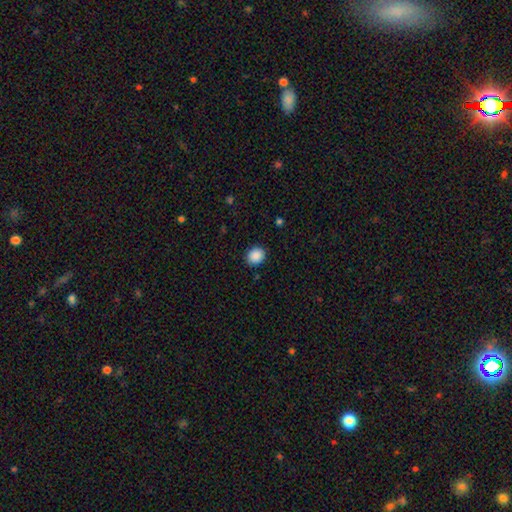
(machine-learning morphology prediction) The model was most divided on "how rounded": round: 72%, in between: 28%, cigar-shaped: 1%. More confident: merging — none (90%); smooth or featured — smooth (89%).